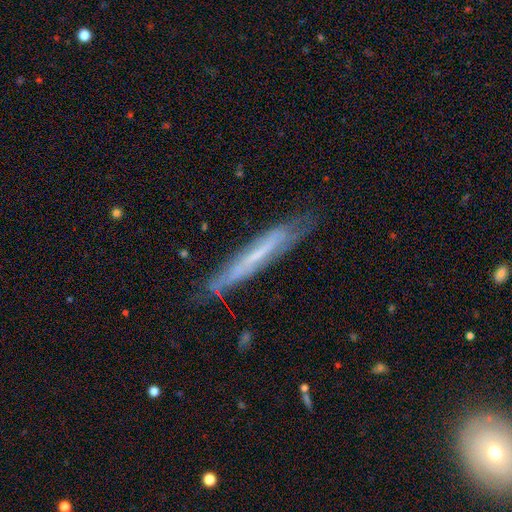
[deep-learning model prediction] This is likely a featured or disk galaxy (63%). It is likely viewed edge-on (75%). Merging: likely none (76%).